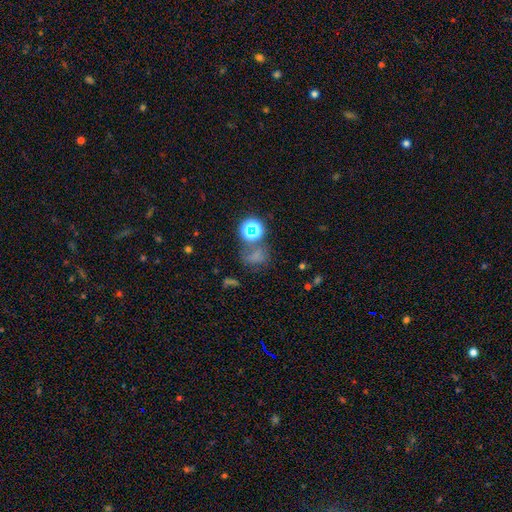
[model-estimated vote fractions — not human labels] Morphology: type=smooth (51%); roundness=round (59%); merging=none (52%).